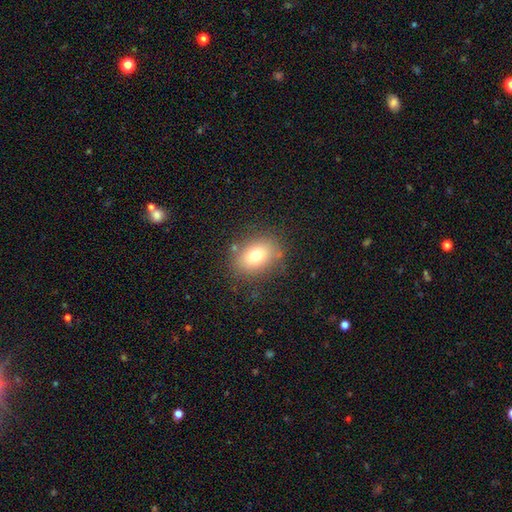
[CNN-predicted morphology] smooth-or-featured: smooth: 74% | featured or disk: 14% | star or artifact: 12%
  how-rounded: in between: 65% | round: 34% | cigar-shaped: 1%
  merging: none: 80% | minor disturbance: 13% | major disturbance: 5% | merger: 2%